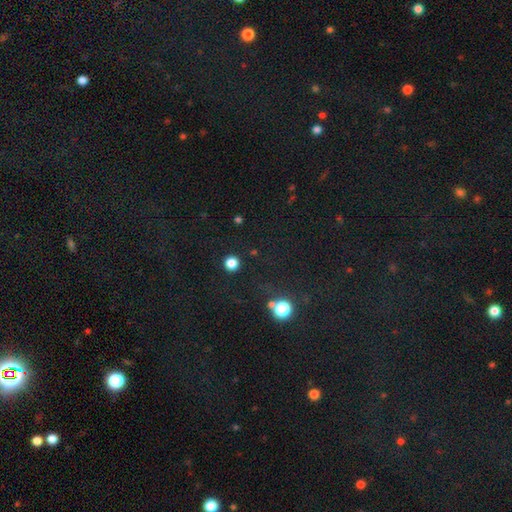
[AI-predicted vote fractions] Smooth or featured: star or artifact — 73% (smooth — 20%)